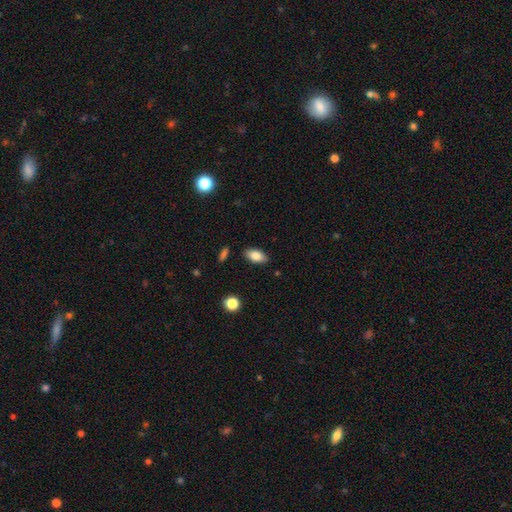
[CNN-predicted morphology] A smooth galaxy with no disk features (82%) that is in between round and cigar-shaped (91%).

Vote fractions:
- Smooth or featured? smooth: 82% / featured or disk: 10% / star or artifact: 8%
- How rounded? in between: 91% / cigar-shaped: 5% / round: 4%
- Merging? none: 86% / minor disturbance: 9% / major disturbance: 2% / merger: 2%